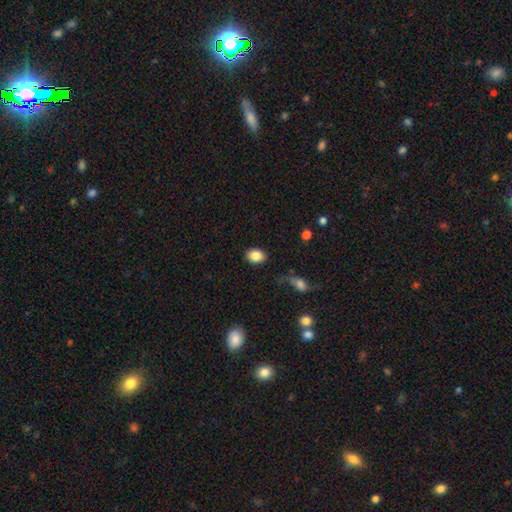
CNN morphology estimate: smooth 86%, star or artifact 8%, featured or disk 6%. Down the decision tree: how rounded — in between (72%); merging — none (85%).